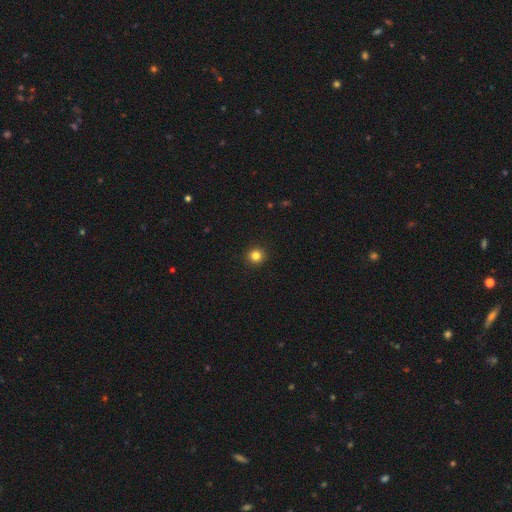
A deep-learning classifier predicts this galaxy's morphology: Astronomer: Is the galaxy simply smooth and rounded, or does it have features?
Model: smooth — 82%.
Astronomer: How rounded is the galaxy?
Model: round — 94%.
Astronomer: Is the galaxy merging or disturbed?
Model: none — 93%.